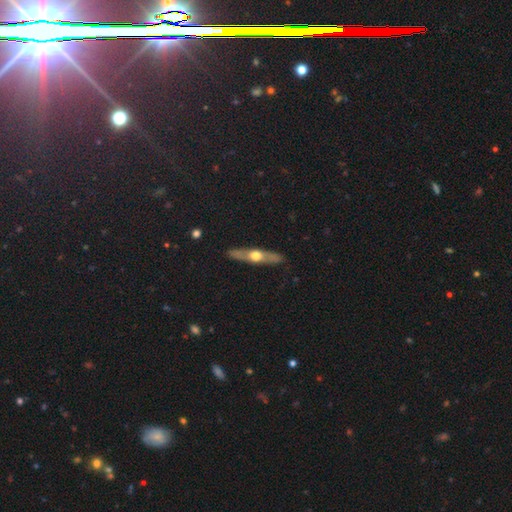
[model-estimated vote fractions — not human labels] Overall: featured or disk (64%; smooth 31%). Edge-on disk: yes (89%). Edge-on bulge: rounded (93%). Merging: none (89%).